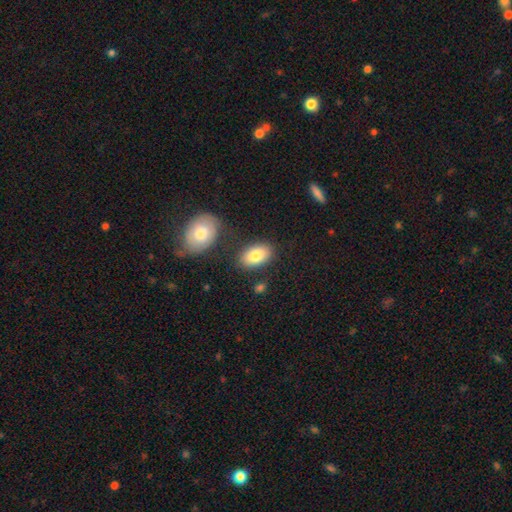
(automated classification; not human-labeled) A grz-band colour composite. It shows a smooth galaxy with no disk features (82%) that is in between round and cigar-shaped (92%). Merging: none (78%).